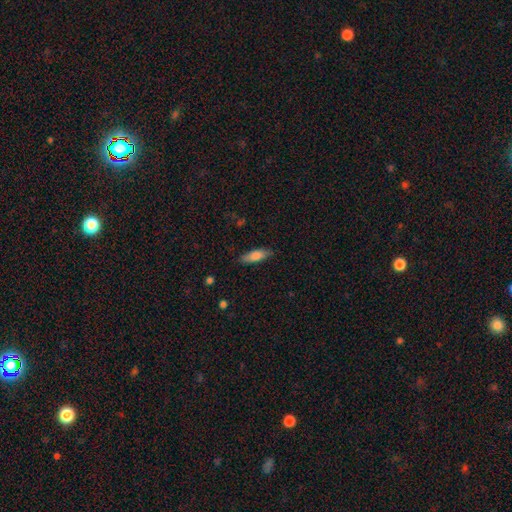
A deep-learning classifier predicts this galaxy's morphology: Smooth or featured? smooth (78%)
How rounded? in between (54%)
Merging? none (84%)